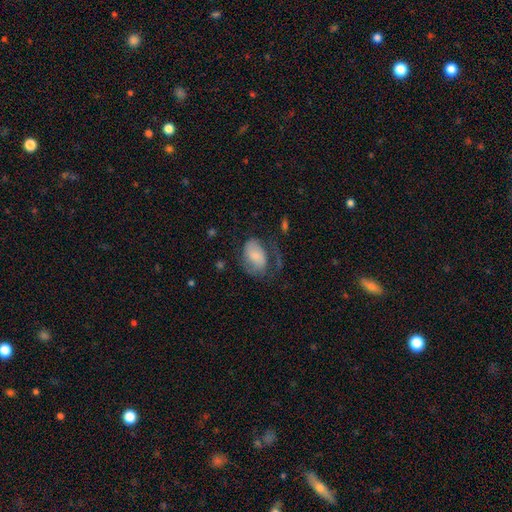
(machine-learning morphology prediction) Smooth or featured?
  - smooth: 52% *
  - featured or disk: 40%
  - star or artifact: 8%
How rounded?
  - in between: 87% *
  - round: 12%
  - cigar-shaped: 1%
Merging?
  - major disturbance: 39% *
  - none: 34%
  - minor disturbance: 24%
  - merger: 3%